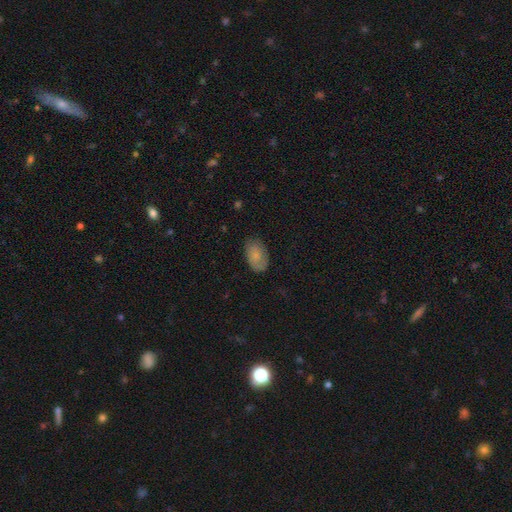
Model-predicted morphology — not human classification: Q: Smooth or featured?
A: smooth (76%); runner-up: featured or disk (17%)
Q: How rounded?
A: in between (91%); runner-up: round (7%)
Q: Merging?
A: none (77%); runner-up: minor disturbance (18%)